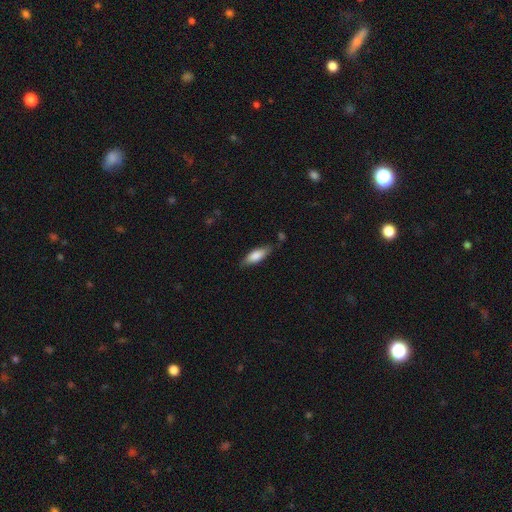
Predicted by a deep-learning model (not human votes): A smooth galaxy with no disk features (78%) that is in between round and cigar-shaped (64%). Merging: none (75%).